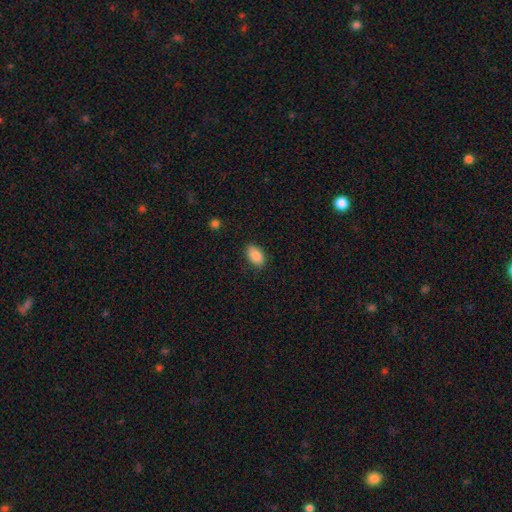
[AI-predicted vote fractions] This is clearly a smooth galaxy (89%). How rounded: clearly in between (93%). Merging: clearly none (86%).